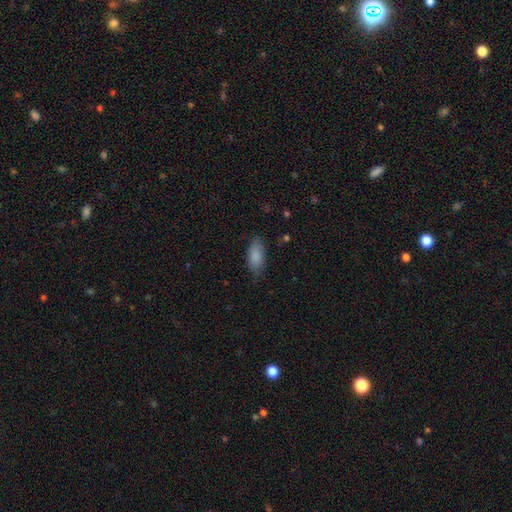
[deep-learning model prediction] This appears to be a smooth galaxy with no disk features (87%) that is in between round and cigar-shaped (86%). Merging: none (77%).